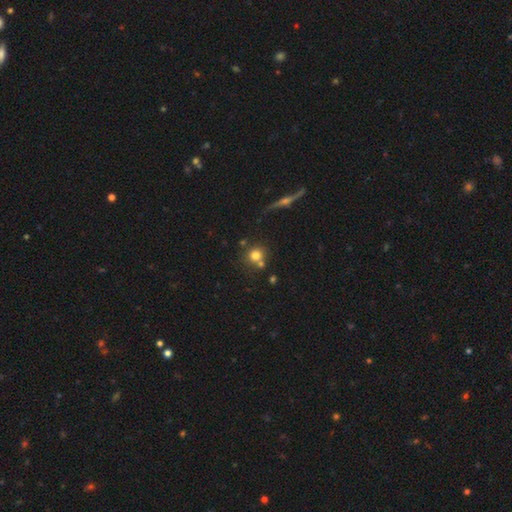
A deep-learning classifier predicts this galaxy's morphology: Smooth or featured: smooth — 73% (star or artifact — 13%)
How rounded: round — 90% (in between — 8%)
Merging: none — 64% (merger — 23%)